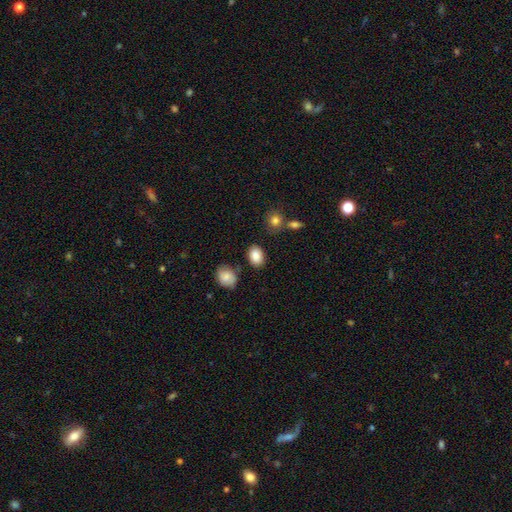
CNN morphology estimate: Overall: smooth (86%). How rounded: in between (78%). Merging: none (81%).